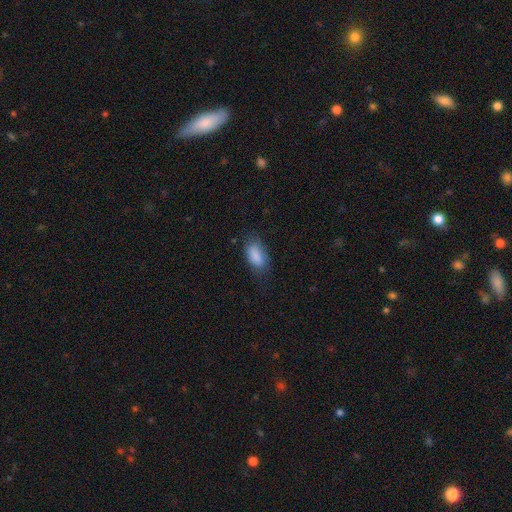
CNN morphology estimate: smooth 86%, star or artifact 7%, featured or disk 7%. Down the decision tree: how rounded — in between (91%); merging — none (69%).